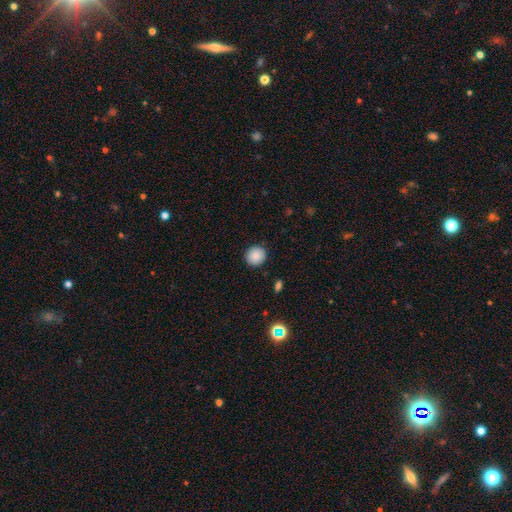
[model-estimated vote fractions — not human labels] This appears to be a smooth galaxy with no disk features (87%) that is round (90%). Merging: none (91%).